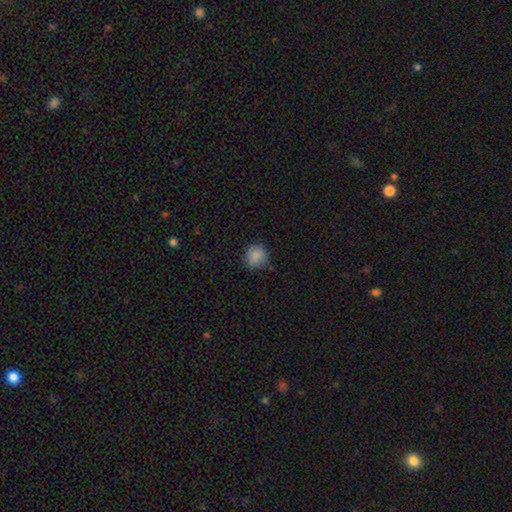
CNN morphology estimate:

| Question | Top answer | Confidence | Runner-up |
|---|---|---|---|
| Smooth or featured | smooth | 87% | star or artifact (10%) |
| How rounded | round | 92% | in between (7%) |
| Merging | none | 86% | minor disturbance (10%) |